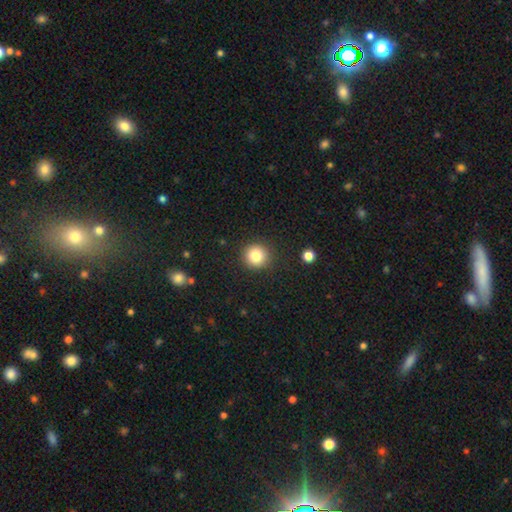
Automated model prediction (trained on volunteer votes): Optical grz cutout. It shows a smooth galaxy with no disk features (83%) that is round (94%). Merging: none (90%).